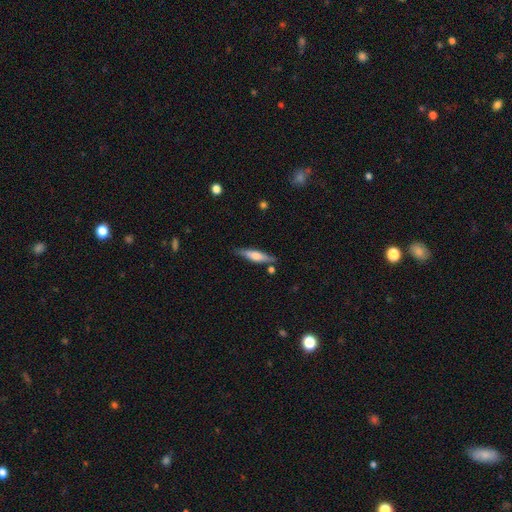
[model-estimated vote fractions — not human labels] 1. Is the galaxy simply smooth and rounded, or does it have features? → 49% smooth, 45% featured or disk, 6% star or artifact.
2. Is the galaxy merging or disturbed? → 79% none, 13% minor disturbance, 5% merger, 3% major disturbance.